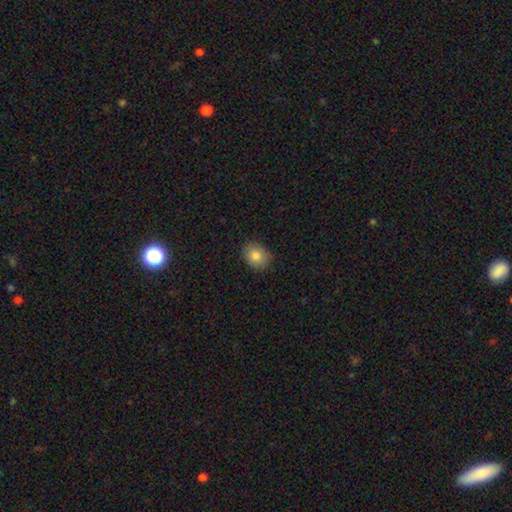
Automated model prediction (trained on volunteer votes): This appears to be a smooth galaxy with no disk features (85%) that is in between round and cigar-shaped (50%). Merging: none (86%).